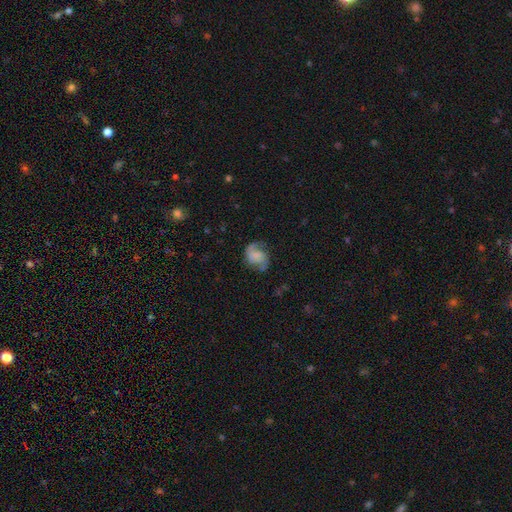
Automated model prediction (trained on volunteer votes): This appears to be a featured or disk galaxy (69%) with no bar (63%), 2 (84%) medium (45%) spiral arms (93%) and no central bulge (49%). Merging: none (64%).